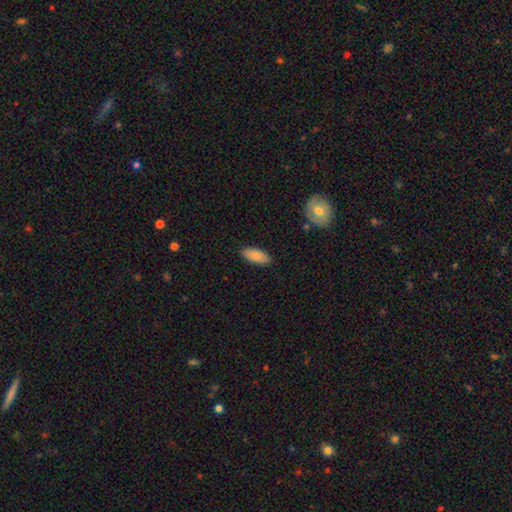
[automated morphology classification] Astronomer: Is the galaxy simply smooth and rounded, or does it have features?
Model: smooth — 84%.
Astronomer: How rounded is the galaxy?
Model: in between — 86%.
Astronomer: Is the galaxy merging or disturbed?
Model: none — 87%.